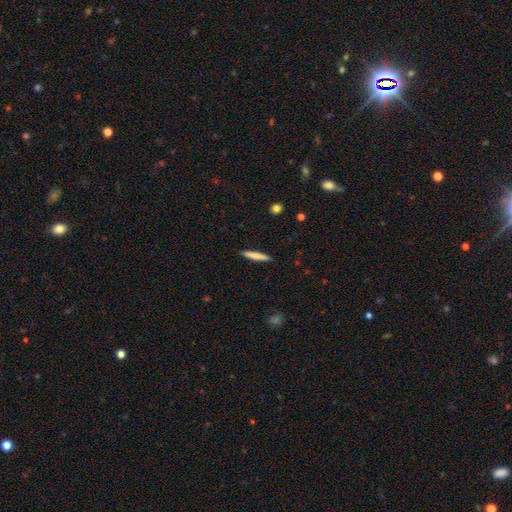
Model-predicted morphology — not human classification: smooth-or-featured: smooth: 74% | featured or disk: 20% | star or artifact: 6%
  how-rounded: cigar-shaped: 94% | in between: 5% | round: 1%
  merging: none: 91% | minor disturbance: 6% | major disturbance: 2% | merger: 1%